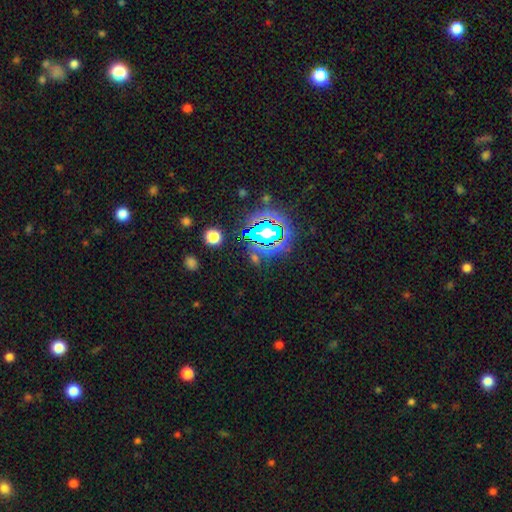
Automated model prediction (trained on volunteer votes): Smooth or featured?
  - star or artifact: 68% *
  - smooth: 21%
  - featured or disk: 11%